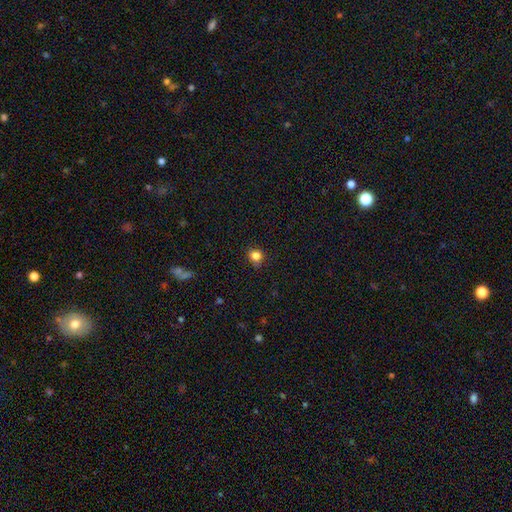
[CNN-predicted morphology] type=smooth (82%); roundness=round (81%); merging=none (80%).